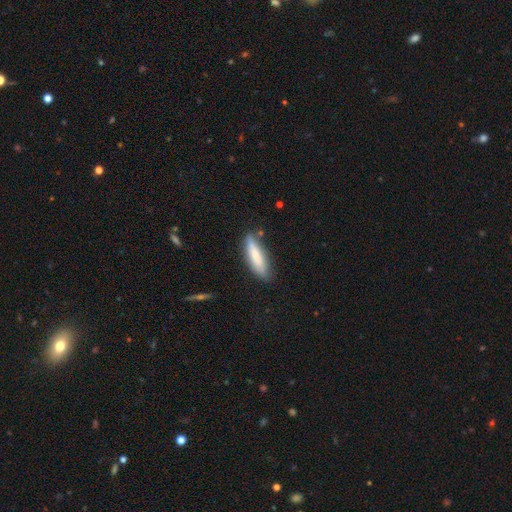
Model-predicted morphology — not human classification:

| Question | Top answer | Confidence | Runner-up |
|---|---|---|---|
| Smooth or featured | smooth | 78% | featured or disk (16%) |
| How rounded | cigar-shaped | 66% | in between (33%) |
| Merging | none | 72% | minor disturbance (21%) |